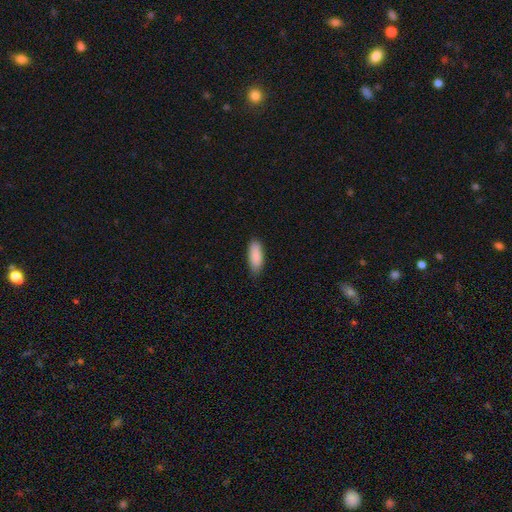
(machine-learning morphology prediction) Q: Smooth or featured?
A: smooth (90%); runner-up: star or artifact (6%)
Q: How rounded?
A: in between (72%); runner-up: cigar-shaped (27%)
Q: Merging?
A: none (84%); runner-up: minor disturbance (13%)